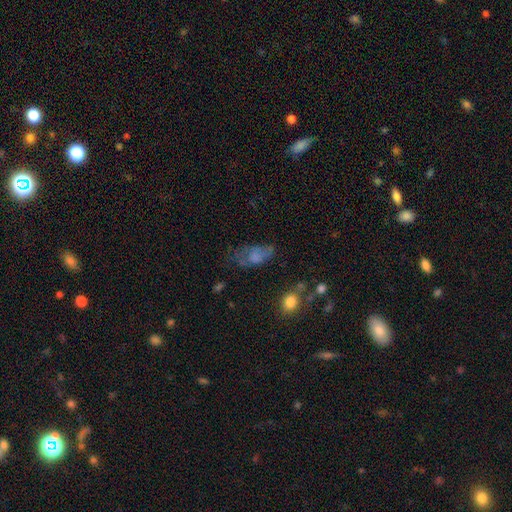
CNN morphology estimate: Smooth or featured? smooth (56%)
How rounded? in between (84%)
Merging? none (37%)